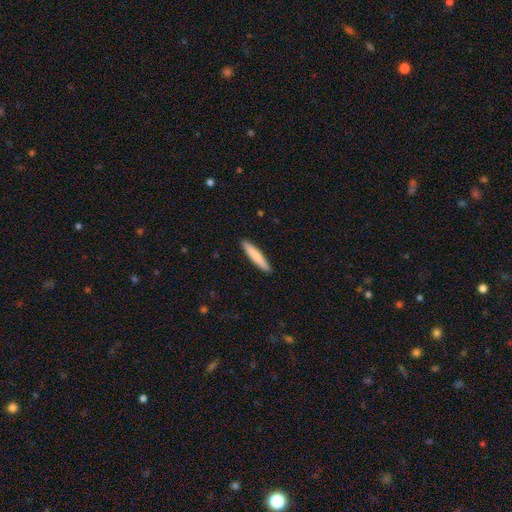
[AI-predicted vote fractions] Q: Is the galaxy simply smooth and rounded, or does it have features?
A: smooth — 80%.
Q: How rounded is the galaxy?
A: cigar-shaped — 92%.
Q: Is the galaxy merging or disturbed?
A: none — 92%.